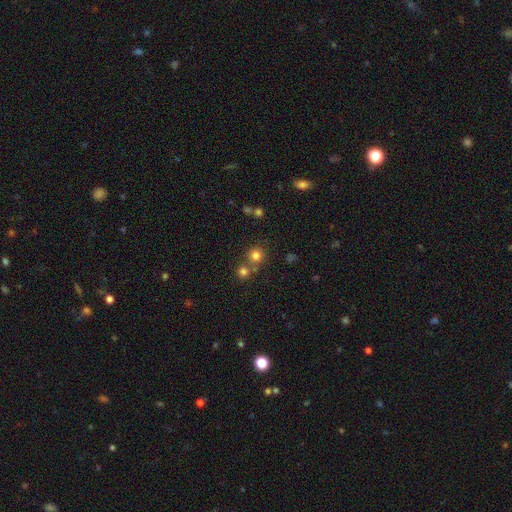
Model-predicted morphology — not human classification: smooth_or_featured: smooth (p=0.76) [alt: star or artifact p=0.16]
how_rounded: round (p=0.91) [alt: in between p=0.08]
merging: none (p=0.66) [alt: merger p=0.24]